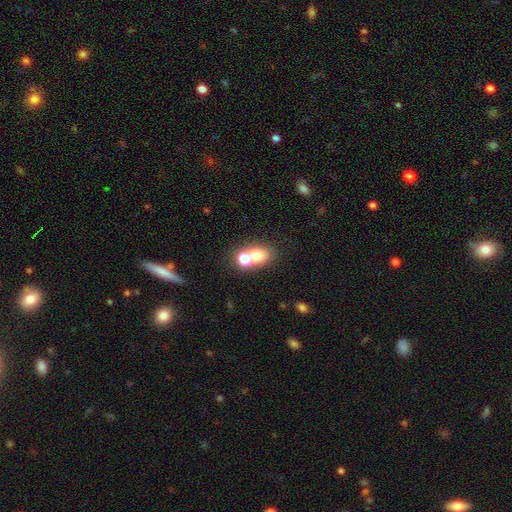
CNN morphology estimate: Smooth or featured: smooth — 69% (star or artifact — 16%)
How rounded: round — 50% (in between — 49%)
Merging: merger — 45% (none — 43%)